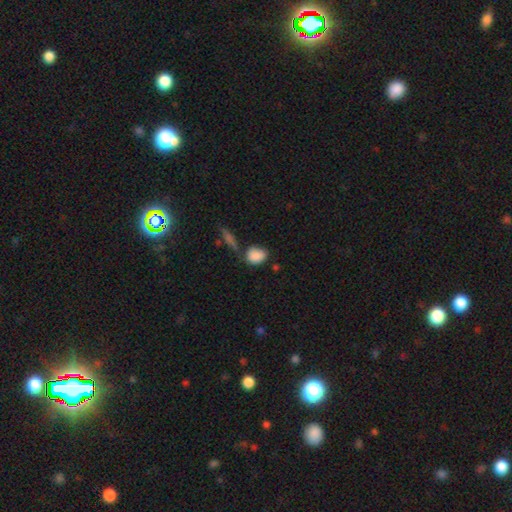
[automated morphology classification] Smooth or featured? Predicted: smooth (p=0.86). How rounded? Predicted: in between (p=0.55). Merging? Predicted: none (p=0.57).